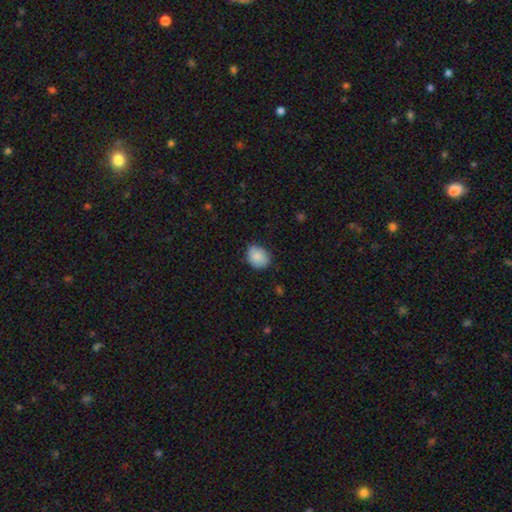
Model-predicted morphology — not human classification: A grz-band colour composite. It shows a smooth galaxy with no disk features (85%) that is in between round and cigar-shaped (52%). Merging: none (75%).